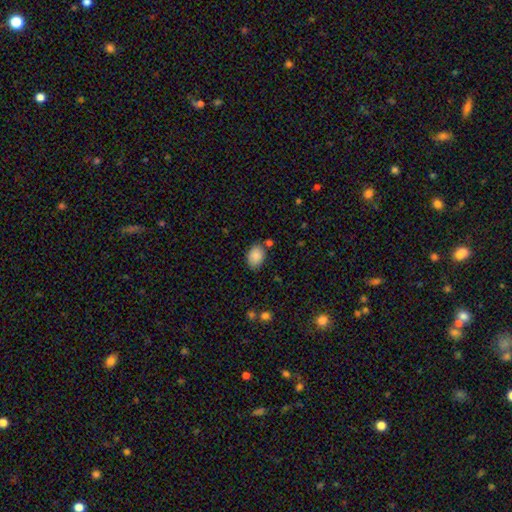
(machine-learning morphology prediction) smooth-or-featured: smooth: 88% | star or artifact: 7% | featured or disk: 5%
  how-rounded: in between: 78% | round: 21% | cigar-shaped: 1%
  merging: none: 77% | minor disturbance: 14% | merger: 6% | major disturbance: 3%